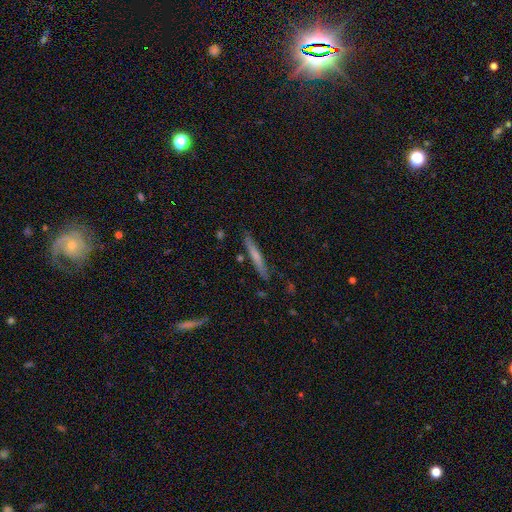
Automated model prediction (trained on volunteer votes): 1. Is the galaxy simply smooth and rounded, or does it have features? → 53% smooth, 41% featured or disk, 6% star or artifact.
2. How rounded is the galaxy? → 96% cigar-shaped, 3% in between, 1% round.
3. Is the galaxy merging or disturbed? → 85% none, 10% minor disturbance, 2% merger, 2% major disturbance.